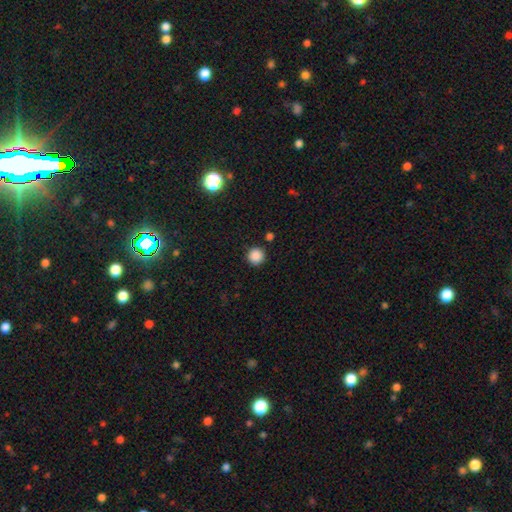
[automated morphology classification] This is clearly a smooth galaxy (87%). How rounded: clearly round (95%). Merging: clearly none (90%).